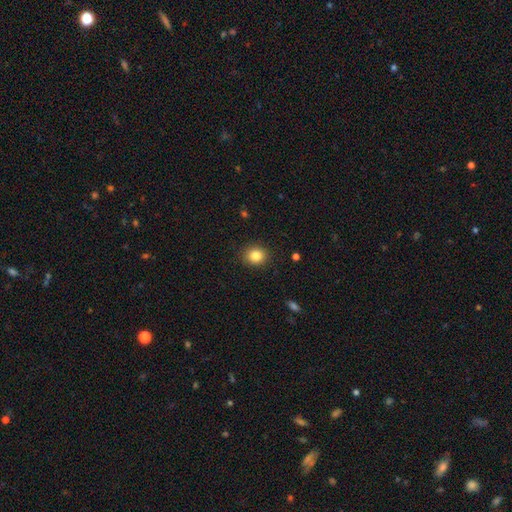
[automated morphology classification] This appears to be a smooth galaxy with no disk features (84%) that is round (77%). Merging: none (90%).